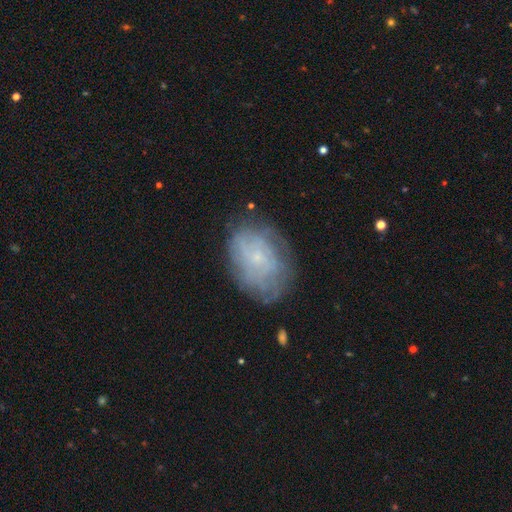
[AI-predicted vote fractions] Smooth or featured? featured or disk (47%)
Merging? none (74%)